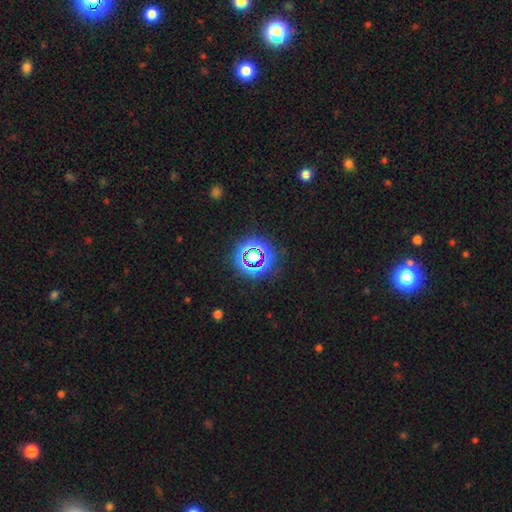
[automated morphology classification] Overall: star or artifact (67%).